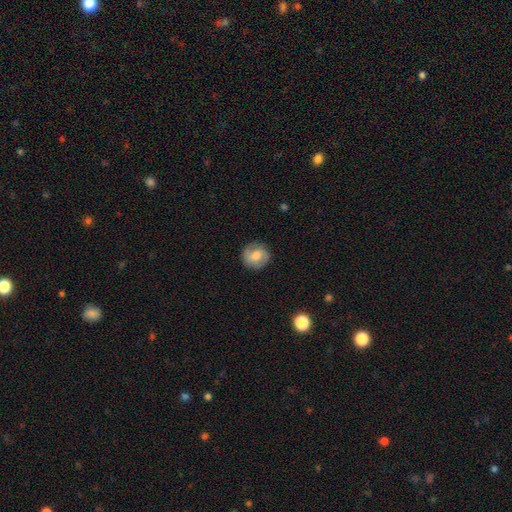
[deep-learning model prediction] Morphology: type=smooth (56%); roundness=round (89%); merging=none (84%).